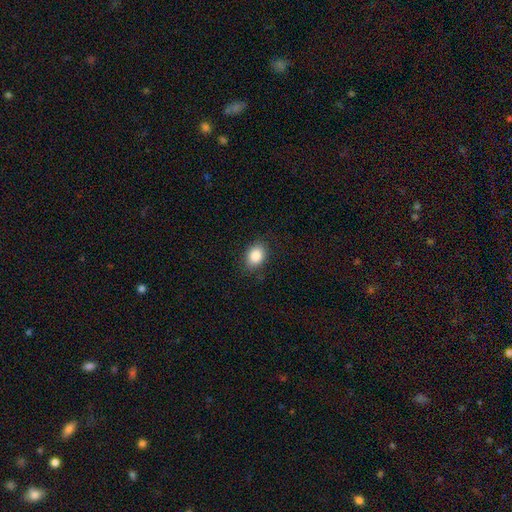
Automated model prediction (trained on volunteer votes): smooth_or_featured: smooth (p=0.87) [alt: star or artifact p=0.08]
how_rounded: in between (p=0.70) [alt: round p=0.28]
merging: none (p=0.83) [alt: minor disturbance p=0.13]